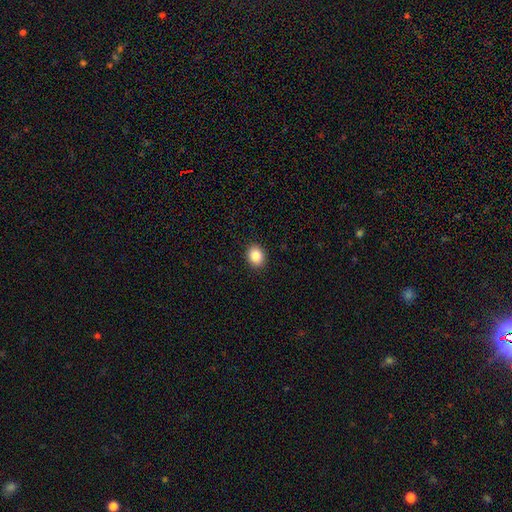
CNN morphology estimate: This is clearly a smooth galaxy (86%). How rounded: possibly round (52%). Merging: clearly none (91%).